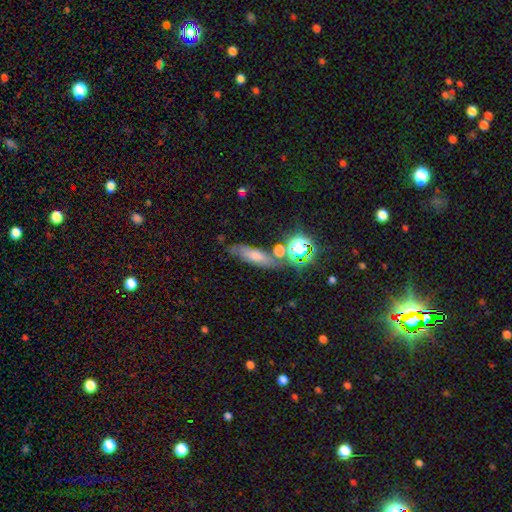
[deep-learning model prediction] A smooth galaxy with no disk features (47%).

Vote fractions:
- Smooth or featured? smooth: 47% / star or artifact: 27% / featured or disk: 27%
- Merging? none: 68% / minor disturbance: 16% / merger: 10% / major disturbance: 6%